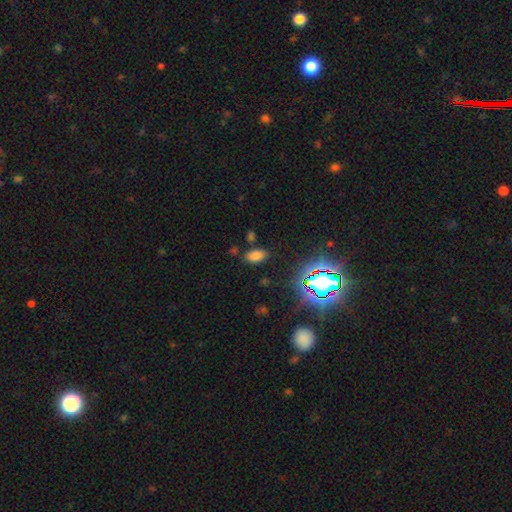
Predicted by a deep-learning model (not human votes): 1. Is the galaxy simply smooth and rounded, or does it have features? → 73% smooth, 20% star or artifact, 7% featured or disk.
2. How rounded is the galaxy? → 91% in between, 6% round, 3% cigar-shaped.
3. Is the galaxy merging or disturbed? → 82% none, 11% minor disturbance, 4% merger, 3% major disturbance.